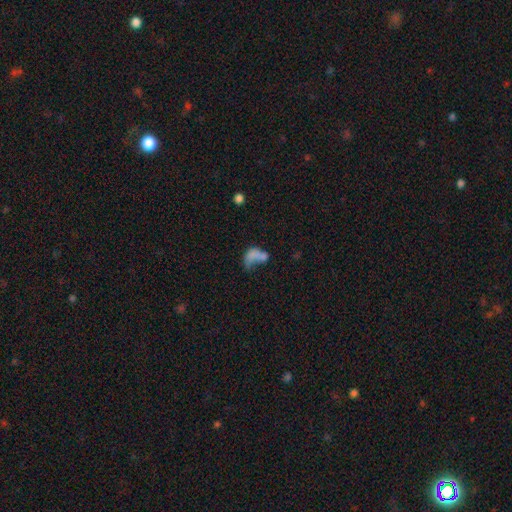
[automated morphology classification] A smooth galaxy with no disk features (58%) that is in between round and cigar-shaped (83%).

Vote fractions:
- Smooth or featured? smooth: 58% / featured or disk: 29% / star or artifact: 13%
- How rounded? in between: 83% / round: 14% / cigar-shaped: 3%
- Merging? major disturbance: 44% / merger: 21% / none: 20% / minor disturbance: 15%